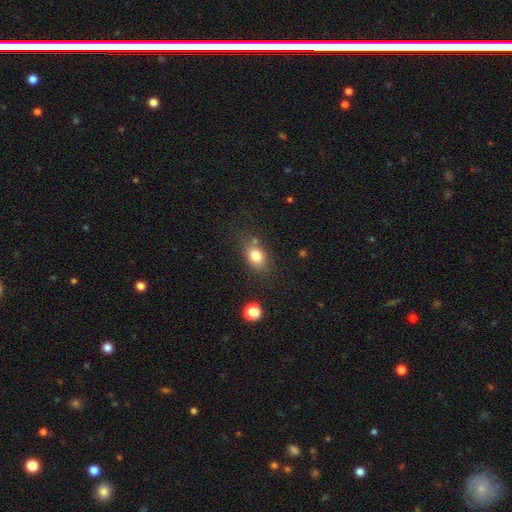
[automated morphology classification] Smooth or featured? Predicted: smooth (p=0.81). How rounded? Predicted: in between (p=0.73). Merging? Predicted: none (p=0.72).